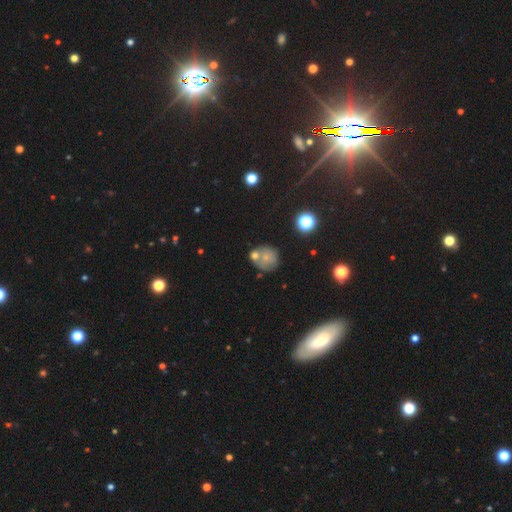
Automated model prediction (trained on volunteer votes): A smooth galaxy with no disk features (61%) that is round (84%).

Vote fractions:
- Smooth or featured? smooth: 61% / featured or disk: 25% / star or artifact: 14%
- How rounded? round: 84% / in between: 15% / cigar-shaped: 1%
- Merging? none: 50% / merger: 30% / minor disturbance: 14% / major disturbance: 6%